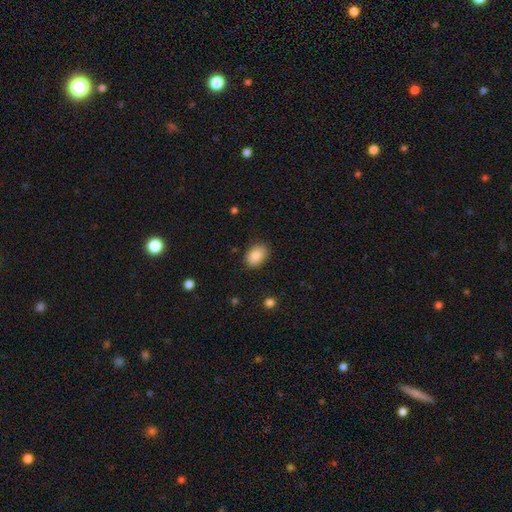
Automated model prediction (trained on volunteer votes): Smooth or featured? smooth (88%)
How rounded? in between (82%)
Merging? none (84%)